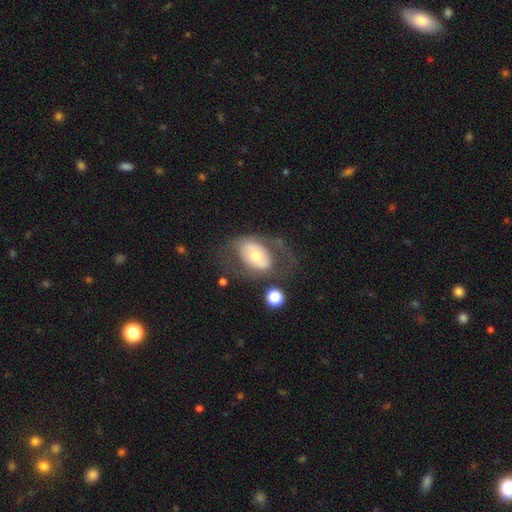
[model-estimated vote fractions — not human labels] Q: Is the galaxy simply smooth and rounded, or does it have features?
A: featured or disk — 55%.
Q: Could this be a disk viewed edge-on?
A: no — 92%.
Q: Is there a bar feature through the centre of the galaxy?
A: no — 66%.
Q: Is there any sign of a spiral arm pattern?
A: no — 67%.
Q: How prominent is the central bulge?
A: moderate — 62%.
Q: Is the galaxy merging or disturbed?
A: none — 52%.